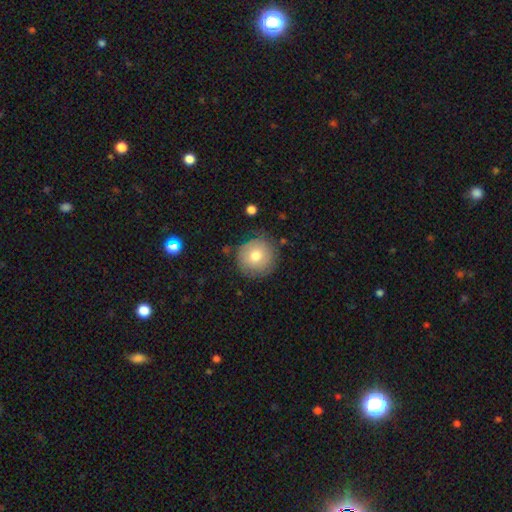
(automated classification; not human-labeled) smooth_or_featured: smooth (p=0.74) [alt: featured or disk p=0.17]
how_rounded: round (p=0.94) [alt: in between p=0.05]
merging: none (p=0.80) [alt: minor disturbance p=0.14]